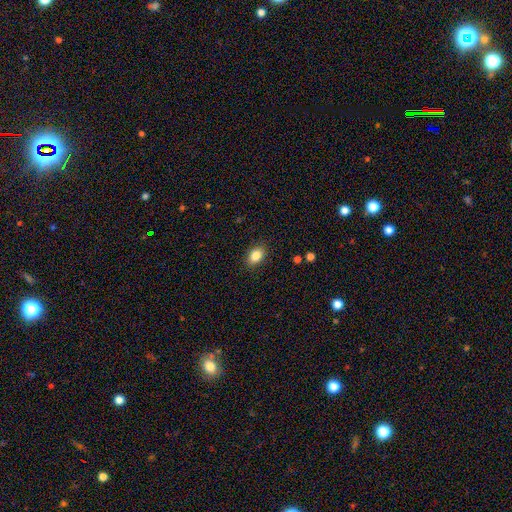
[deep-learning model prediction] smooth_or_featured: smooth (p=0.85) [alt: star or artifact p=0.09]
how_rounded: in between (p=0.80) [alt: round p=0.19]
merging: none (p=0.88) [alt: minor disturbance p=0.09]